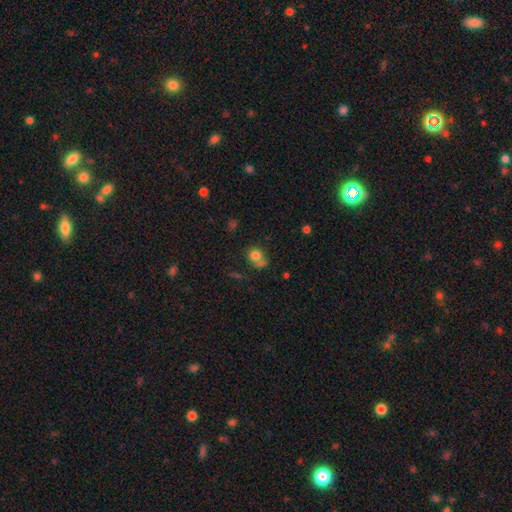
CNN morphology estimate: smooth 77%, star or artifact 12%, featured or disk 11%. Down the decision tree: how rounded — round (71%); merging — none (45%).